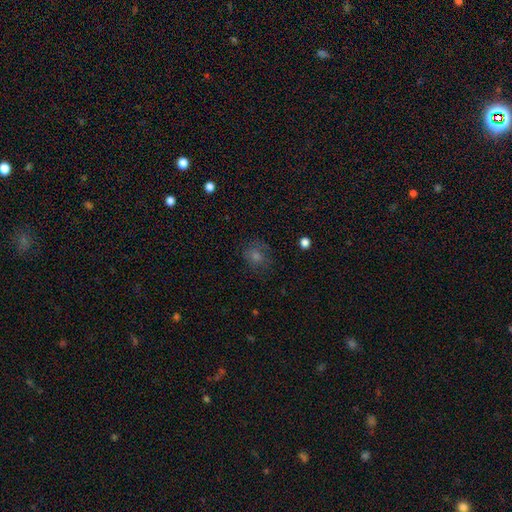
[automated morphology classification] A smooth galaxy with no disk features (55%) that is round (77%).

Vote fractions:
- Smooth or featured? smooth: 55% / star or artifact: 25% / featured or disk: 20%
- How rounded? round: 77% / in between: 22% / cigar-shaped: 1%
- Merging? none: 76% / minor disturbance: 15% / major disturbance: 7% / merger: 1%